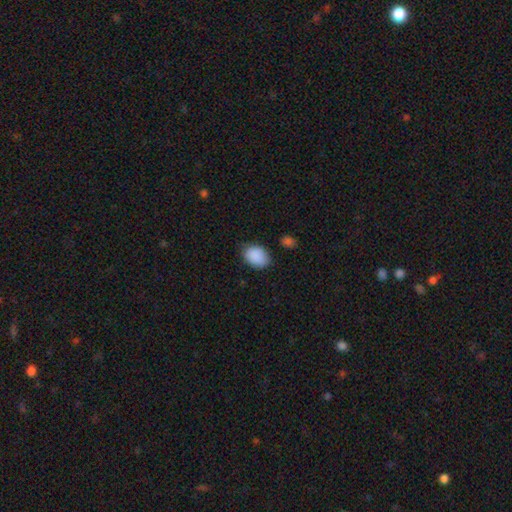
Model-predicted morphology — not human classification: A smooth galaxy with no disk features (89%) that is in between round and cigar-shaped (77%). Merging: none (76%).